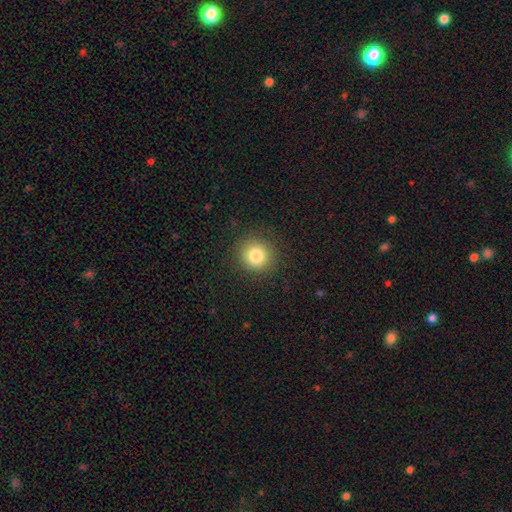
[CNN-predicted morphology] smooth 82%, star or artifact 11%, featured or disk 7%. Down the decision tree: how rounded — round (90%); merging — none (90%).